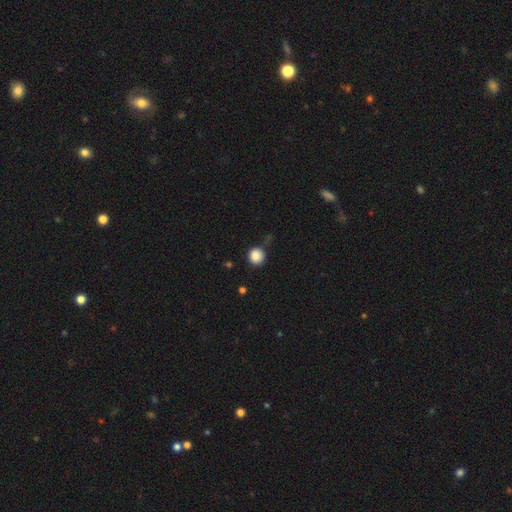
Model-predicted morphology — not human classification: smooth 86%, star or artifact 10%, featured or disk 4%. Down the decision tree: how rounded — round (93%); merging — none (84%).